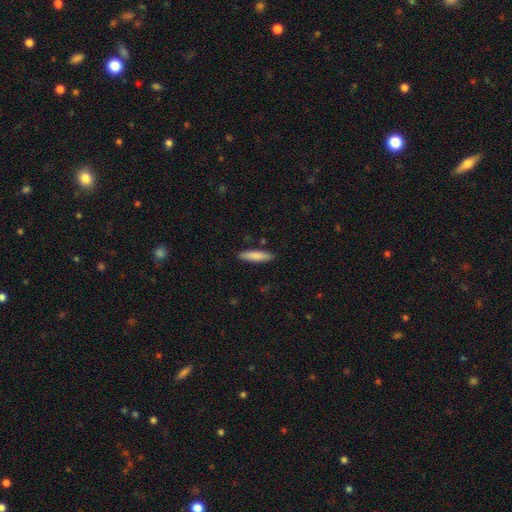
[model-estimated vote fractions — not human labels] Q: Smooth or featured?
A: smooth (84%); runner-up: featured or disk (11%)
Q: How rounded?
A: cigar-shaped (76%); runner-up: in between (22%)
Q: Merging?
A: none (88%); runner-up: minor disturbance (9%)